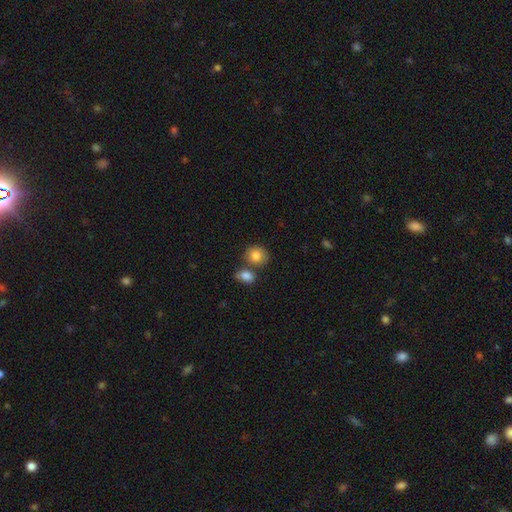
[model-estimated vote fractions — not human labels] Overall: smooth (85%). How rounded: round (70%). Merging: none (57%; merger 28%).